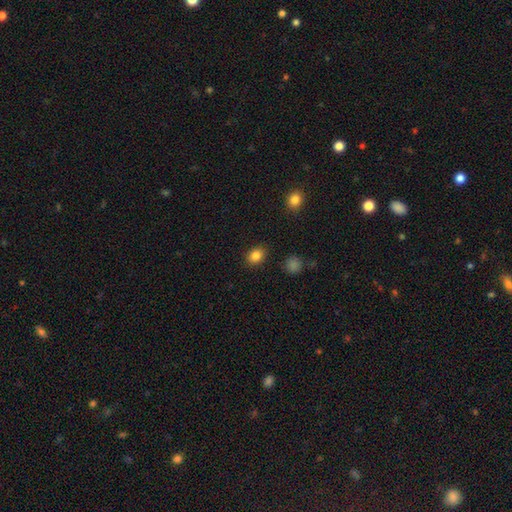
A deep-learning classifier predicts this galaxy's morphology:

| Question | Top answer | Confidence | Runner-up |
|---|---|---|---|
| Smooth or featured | smooth | 85% | star or artifact (11%) |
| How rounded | in between | 50% | round (49%) |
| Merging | none | 88% | minor disturbance (8%) |